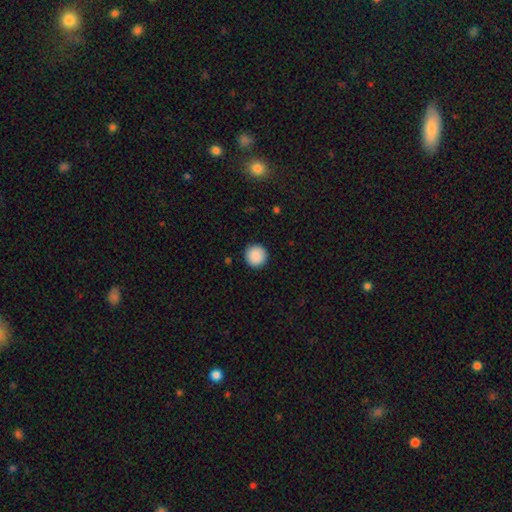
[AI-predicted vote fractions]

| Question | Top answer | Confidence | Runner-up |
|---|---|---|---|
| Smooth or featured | smooth | 90% | star or artifact (7%) |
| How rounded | round | 96% | in between (3%) |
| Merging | none | 92% | minor disturbance (5%) |